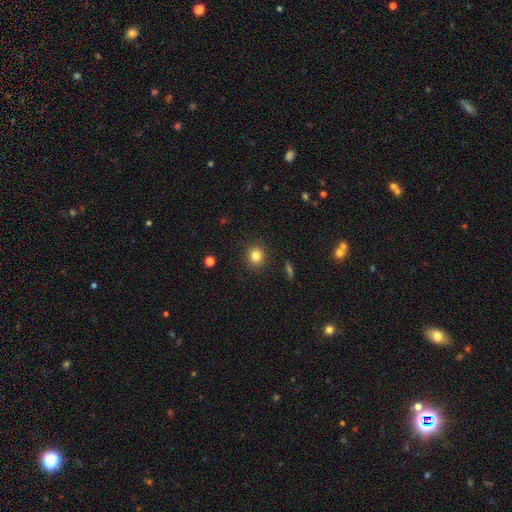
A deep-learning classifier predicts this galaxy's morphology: The model was most divided on "smooth or featured": smooth: 82%, star or artifact: 12%, featured or disk: 6%. More confident: merging — none (90%); how rounded — round (88%).